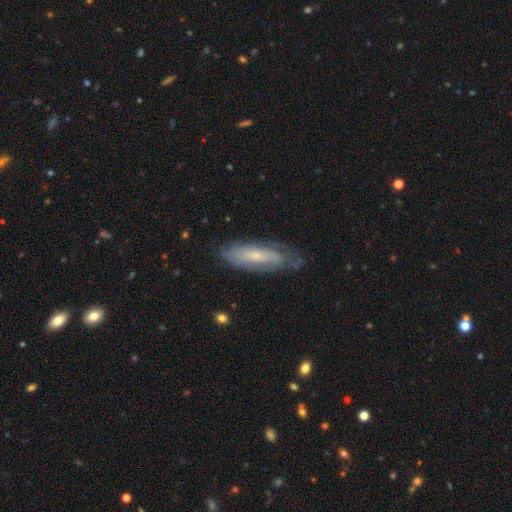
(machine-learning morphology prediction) Smooth or featured?
  - featured or disk: 57% *
  - smooth: 36%
  - star or artifact: 7%
Edge-on disk?
  - no: 73% *
  - yes: 27%
Merging?
  - none: 68% *
  - minor disturbance: 23%
  - major disturbance: 7%
  - merger: 1%